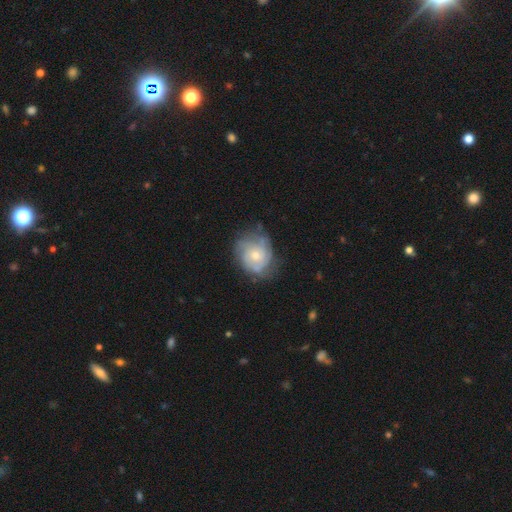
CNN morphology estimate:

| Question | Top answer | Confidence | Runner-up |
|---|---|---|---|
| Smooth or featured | featured or disk | 63% | smooth (30%) |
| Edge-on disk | no | 97% | yes (3%) |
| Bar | no | 81% | weak (17%) |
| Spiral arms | yes | 79% | no (21%) |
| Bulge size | moderate | 48% | small (46%) |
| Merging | none | 59% | minor disturbance (27%) |